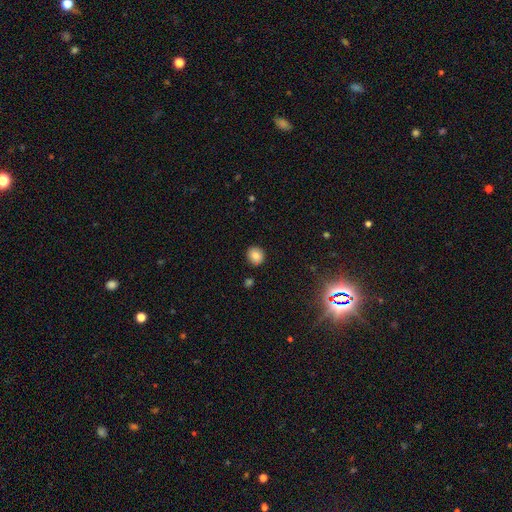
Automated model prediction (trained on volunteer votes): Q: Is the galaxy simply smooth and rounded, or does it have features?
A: smooth — 84%.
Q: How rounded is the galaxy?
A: round — 82%.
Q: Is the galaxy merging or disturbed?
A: none — 89%.